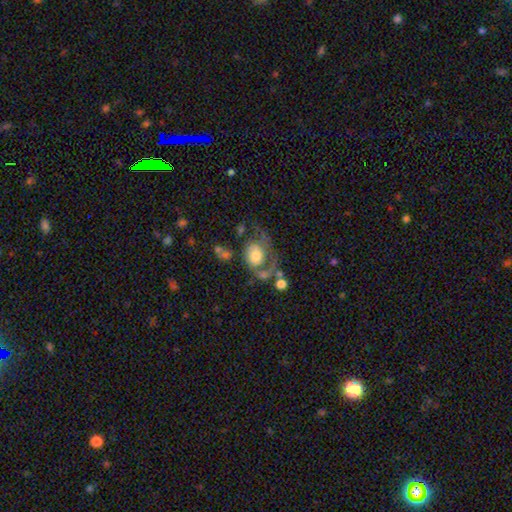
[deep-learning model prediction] Smooth or featured: featured or disk — 46% (tied with smooth — 46%)
Merging: major disturbance — 43% (none — 26%)